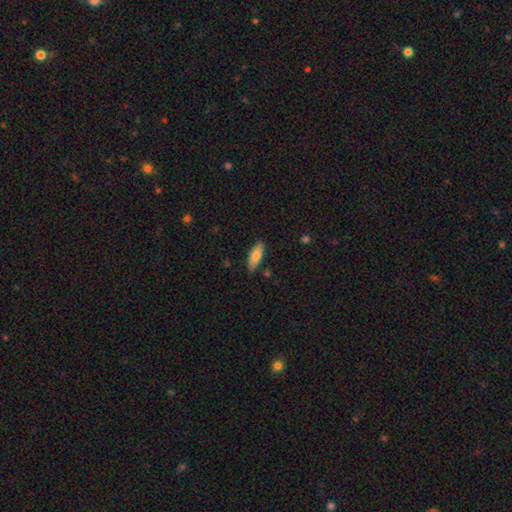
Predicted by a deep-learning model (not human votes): Smooth or featured? smooth (78%)
How rounded? in between (74%)
Merging? none (84%)